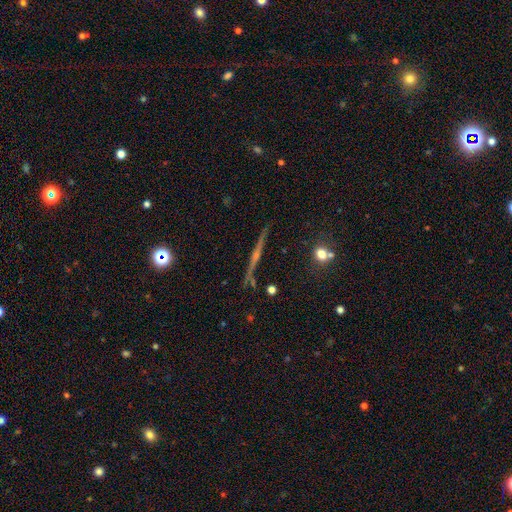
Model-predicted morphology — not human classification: Overall: featured or disk (76%). Edge-on disk: yes (97%). Edge-on bulge: rounded (62%; none 29%). Merging: none (87%).